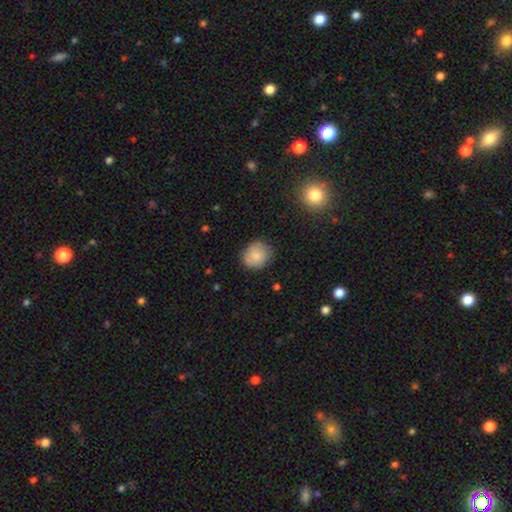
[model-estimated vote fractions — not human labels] smooth_or_featured: smooth (p=0.78) [alt: featured or disk p=0.14]
how_rounded: round (p=0.77) [alt: in between p=0.22]
merging: none (p=0.75) [alt: minor disturbance p=0.18]